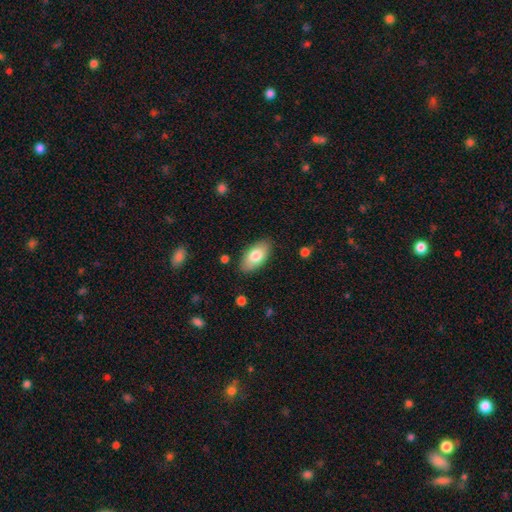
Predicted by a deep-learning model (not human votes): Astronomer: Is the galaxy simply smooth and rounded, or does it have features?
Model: smooth — 78%.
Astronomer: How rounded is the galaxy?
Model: in between — 93%.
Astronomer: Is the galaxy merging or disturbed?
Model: none — 86%.